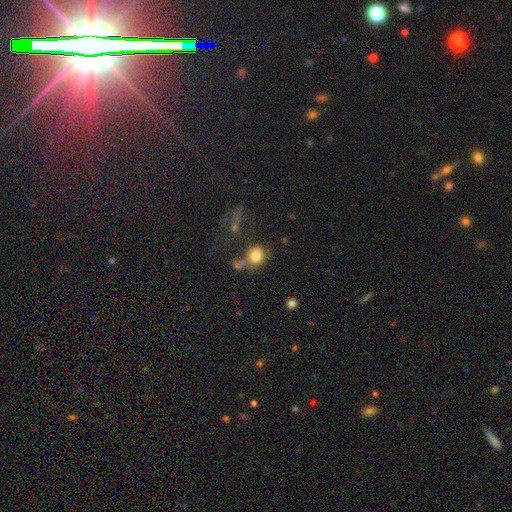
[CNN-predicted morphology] Smooth or featured: smooth — 80% (star or artifact — 11%)
How rounded: round — 70% (in between — 29%)
Merging: none — 52% (merger — 21%)